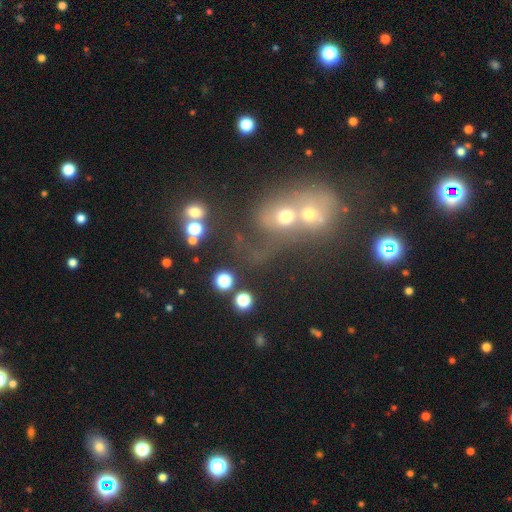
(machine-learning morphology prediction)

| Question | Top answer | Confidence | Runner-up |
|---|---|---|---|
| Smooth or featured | smooth | 45% | featured or disk (29%) |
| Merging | merger | 71% | none (14%) |